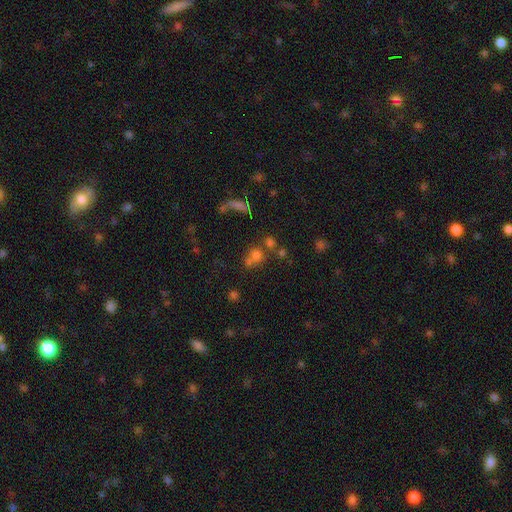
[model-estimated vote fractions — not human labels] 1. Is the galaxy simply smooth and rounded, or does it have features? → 63% smooth, 23% star or artifact, 15% featured or disk.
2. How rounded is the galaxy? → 82% round, 16% in between, 2% cigar-shaped.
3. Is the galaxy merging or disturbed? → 46% none, 39% merger, 9% minor disturbance, 6% major disturbance.